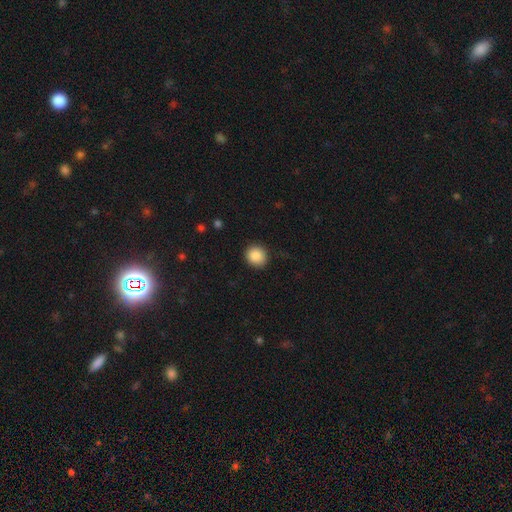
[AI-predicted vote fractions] smooth 87%, star or artifact 9%, featured or disk 4%. Down the decision tree: how rounded — round (88%); merging — none (90%).